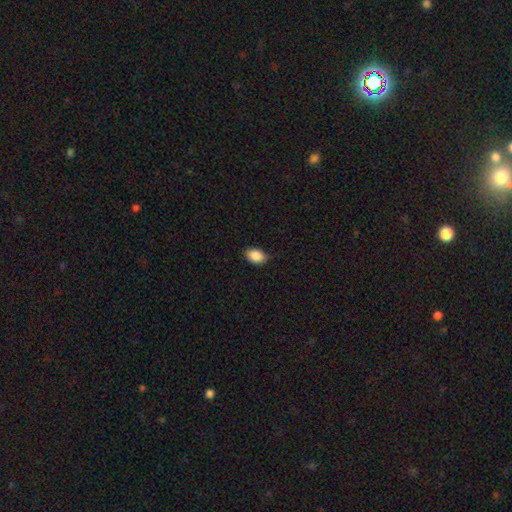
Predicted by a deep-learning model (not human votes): smooth 90%, star or artifact 7%, featured or disk 3%. Down the decision tree: how rounded — in between (87%); merging — none (86%).